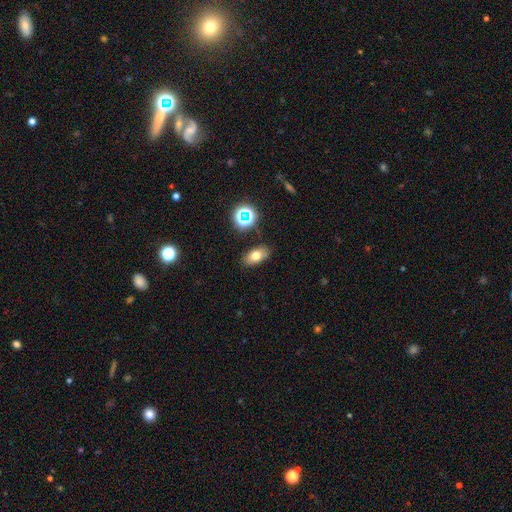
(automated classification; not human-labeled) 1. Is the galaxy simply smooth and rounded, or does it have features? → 71% smooth, 15% featured or disk, 15% star or artifact.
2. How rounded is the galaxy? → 86% in between, 10% round, 4% cigar-shaped.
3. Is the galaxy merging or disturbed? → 83% none, 11% minor disturbance, 3% major disturbance, 3% merger.